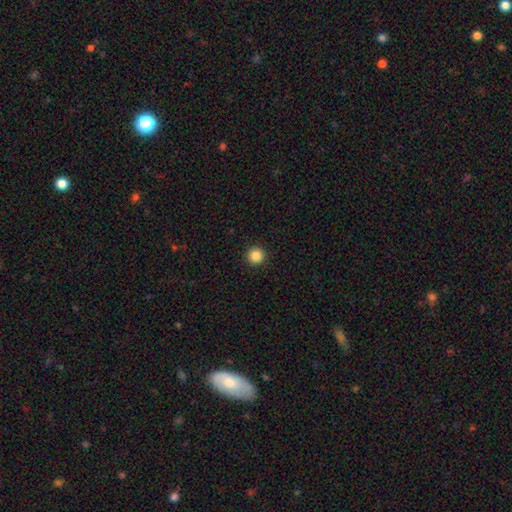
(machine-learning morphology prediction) Smooth or featured? smooth (86%)
How rounded? round (96%)
Merging? none (94%)